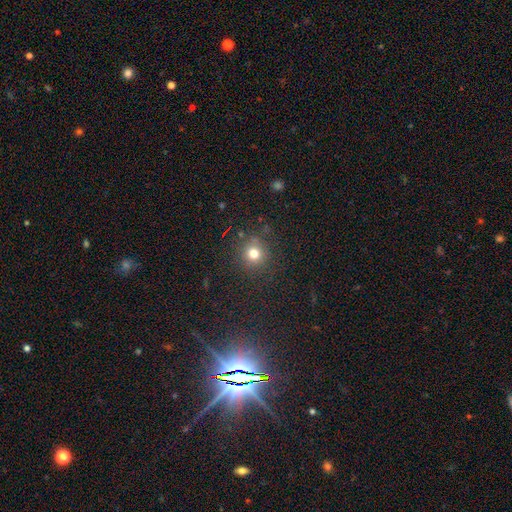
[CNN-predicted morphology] Smooth or featured?
  - smooth: 67% *
  - star or artifact: 25%
  - featured or disk: 8%
How rounded?
  - round: 93% *
  - in between: 6%
  - cigar-shaped: 1%
Merging?
  - none: 87% *
  - minor disturbance: 8%
  - major disturbance: 3%
  - merger: 3%